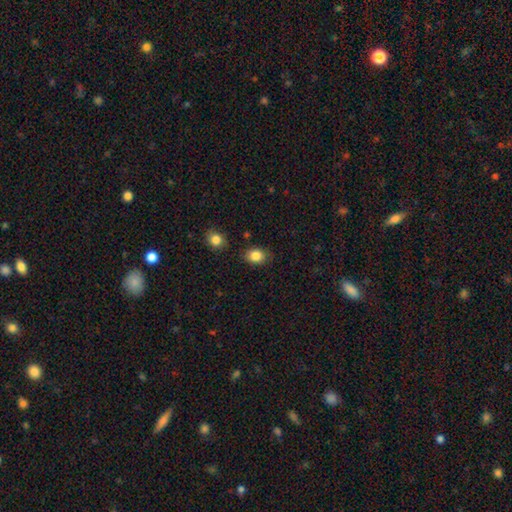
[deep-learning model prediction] Overall: smooth (85%). How rounded: in between (59%; round 40%). Merging: none (81%).